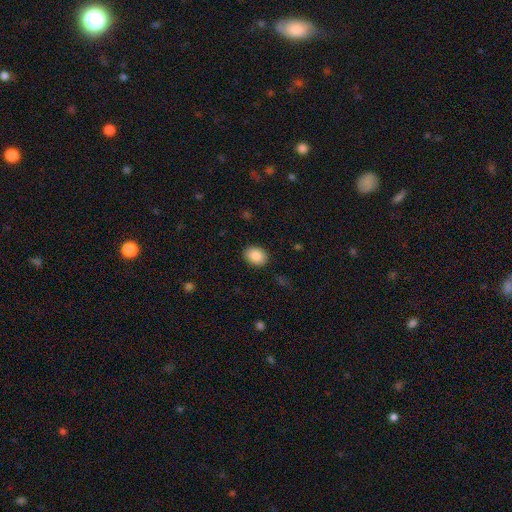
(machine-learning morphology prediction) Smooth or featured? smooth (86%)
How rounded? in between (64%)
Merging? none (89%)